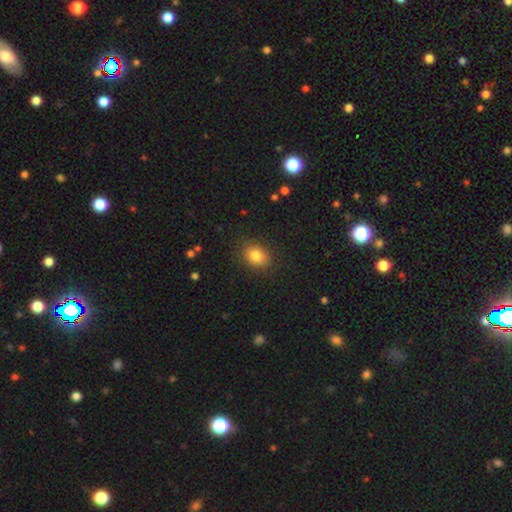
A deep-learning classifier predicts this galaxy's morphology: smooth_or_featured: smooth (p=0.83) [alt: star or artifact p=0.10]
how_rounded: in between (p=0.60) [alt: round p=0.39]
merging: none (p=0.86) [alt: minor disturbance p=0.10]